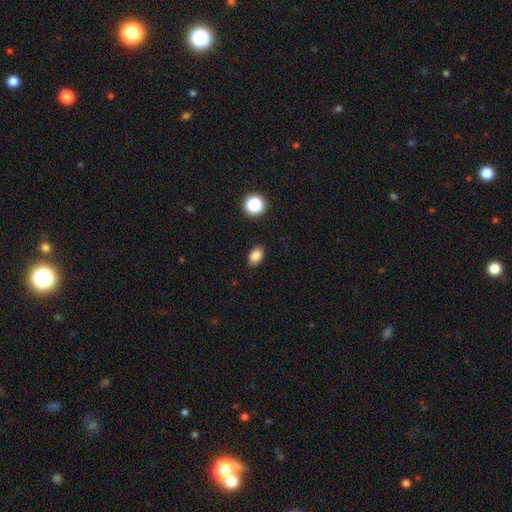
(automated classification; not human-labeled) A smooth galaxy with no disk features (85%) that is in between round and cigar-shaped (79%).

Vote fractions:
- Smooth or featured? smooth: 85% / star or artifact: 11% / featured or disk: 4%
- How rounded? in between: 79% / round: 20% / cigar-shaped: 1%
- Merging? none: 88% / minor disturbance: 8% / major disturbance: 2% / merger: 1%